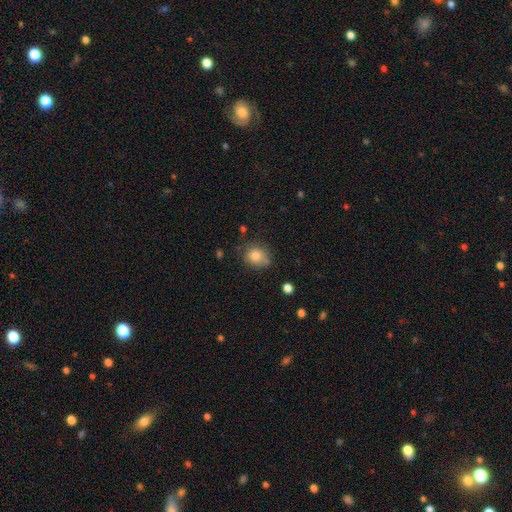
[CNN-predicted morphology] This is likely a smooth galaxy (78%). How rounded: likely round (66%). Merging: likely none (65%).